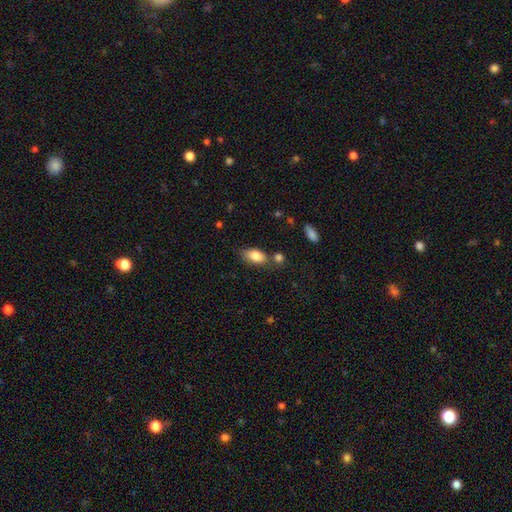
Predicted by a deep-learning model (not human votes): Smooth or featured: smooth — 82% (featured or disk — 11%)
How rounded: in between — 91% (cigar-shaped — 5%)
Merging: none — 65% (minor disturbance — 19%)